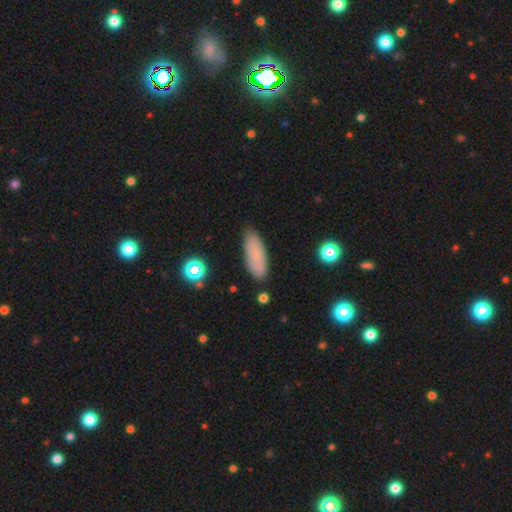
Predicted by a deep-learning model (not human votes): Q: Smooth or featured?
A: smooth (83%); runner-up: featured or disk (9%)
Q: How rounded?
A: in between (55%); runner-up: cigar-shaped (43%)
Q: Merging?
A: none (85%); runner-up: minor disturbance (11%)